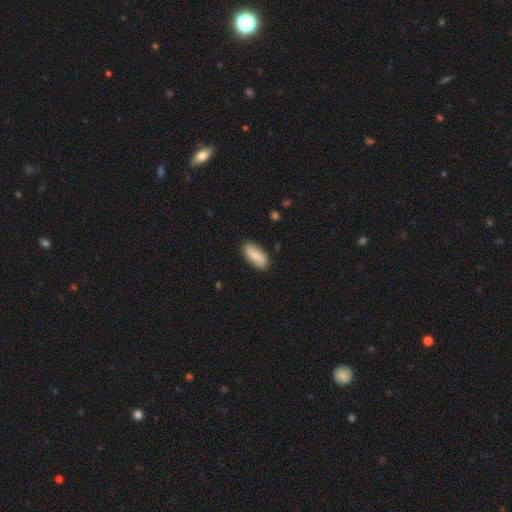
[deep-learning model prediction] A smooth galaxy with no disk features (81%) that is in between round and cigar-shaped (81%). Merging: none (84%).